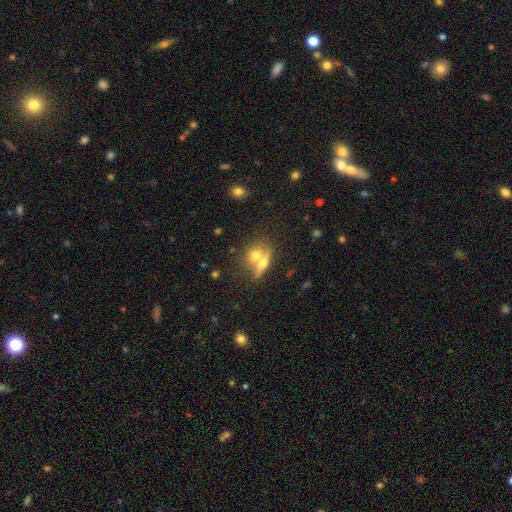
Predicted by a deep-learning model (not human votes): Smooth or featured? Predicted: smooth (p=0.58). How rounded? Predicted: in between (p=0.45). Merging? Predicted: merger (p=0.59).